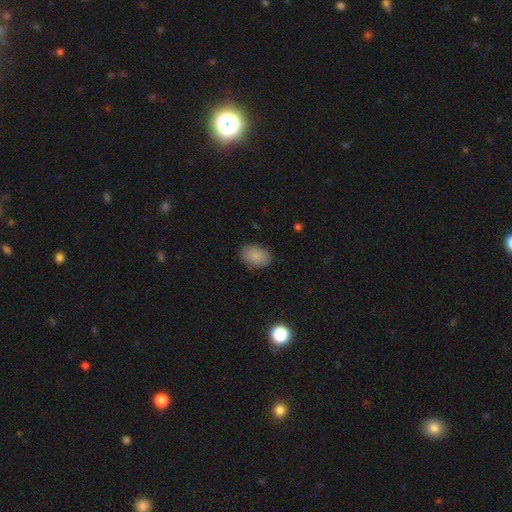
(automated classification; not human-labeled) Smooth or featured? Predicted: smooth (p=0.87). How rounded? Predicted: in between (p=0.82). Merging? Predicted: none (p=0.86).